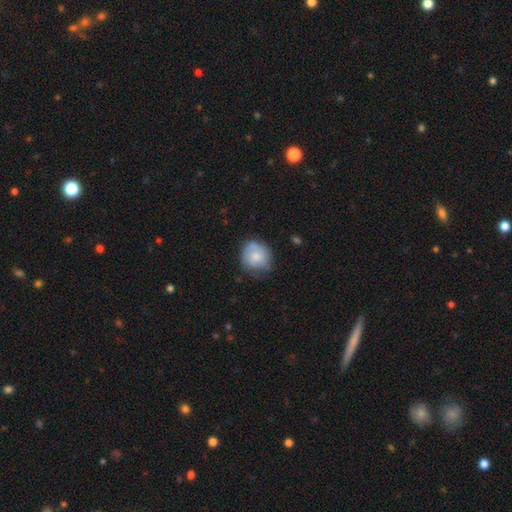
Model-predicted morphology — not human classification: Smooth or featured? smooth (69%)
How rounded? round (81%)
Merging? none (62%)